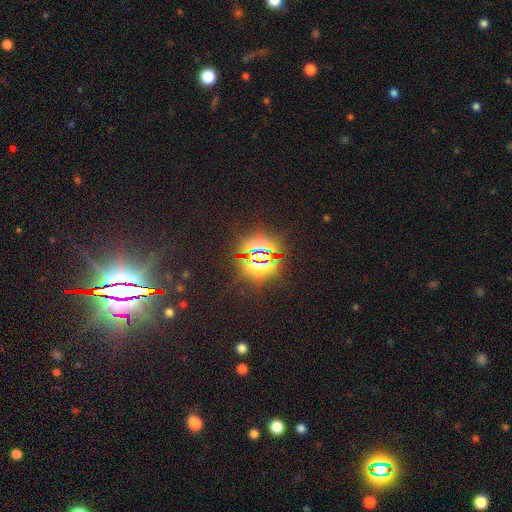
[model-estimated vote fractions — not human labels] smooth-or-featured: star or artifact: 82% | smooth: 10% | featured or disk: 8%